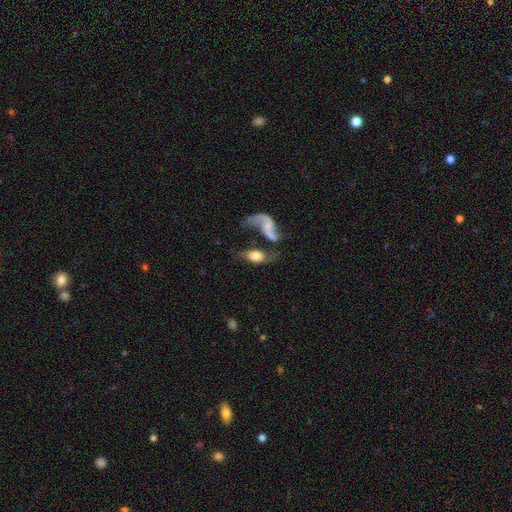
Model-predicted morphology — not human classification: Overall: smooth (48%; featured or disk 43%). Merging: merger (42%; none 26%).